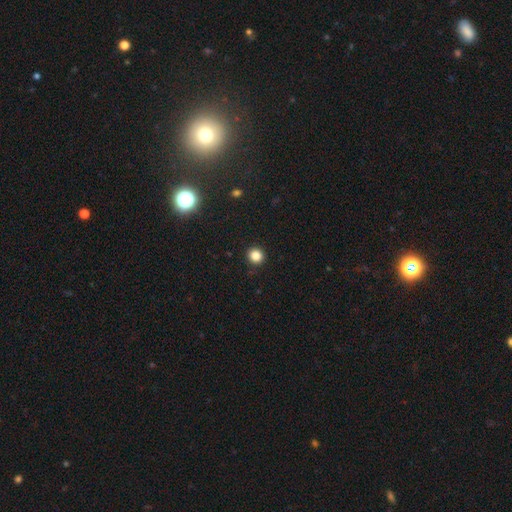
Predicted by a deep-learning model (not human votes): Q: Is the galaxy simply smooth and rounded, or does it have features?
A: smooth — 85%.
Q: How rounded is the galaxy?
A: round — 91%.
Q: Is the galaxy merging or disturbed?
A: none — 92%.